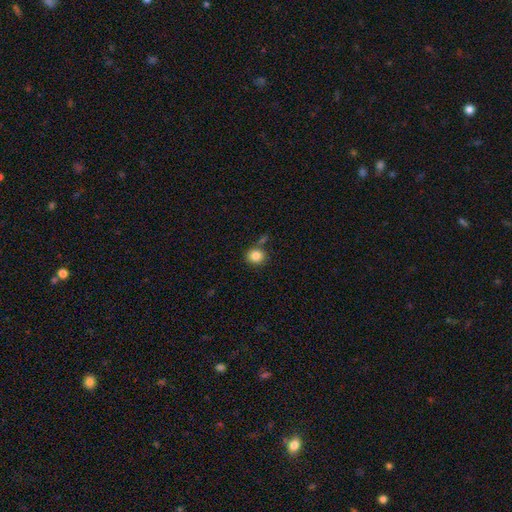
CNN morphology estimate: Smooth or featured? Predicted: smooth (p=0.85). How rounded? Predicted: round (p=0.84). Merging? Predicted: none (p=0.73).